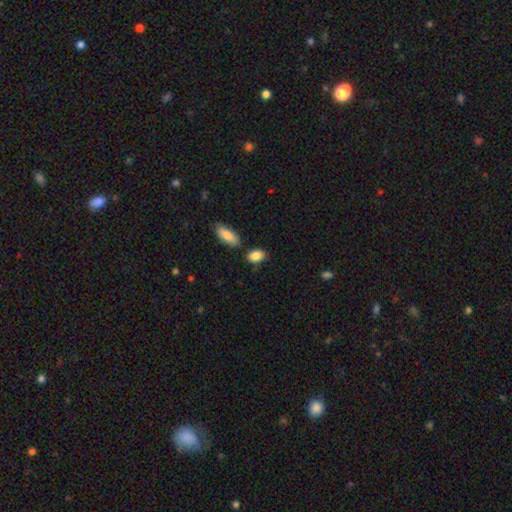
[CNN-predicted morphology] smooth_or_featured: smooth (p=0.88) [alt: star or artifact p=0.07]
how_rounded: in between (p=0.88) [alt: round p=0.09]
merging: none (p=0.74) [alt: minor disturbance p=0.16]